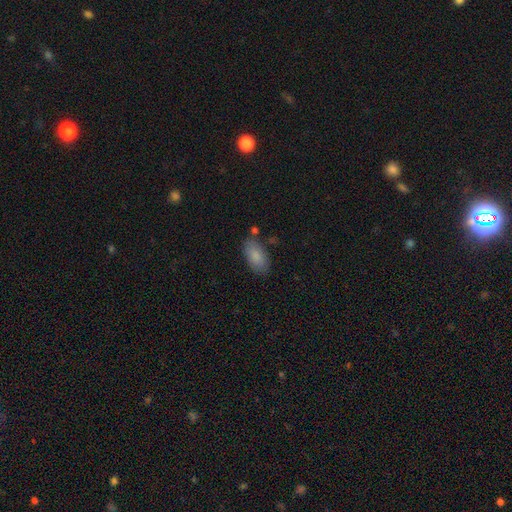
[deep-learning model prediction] This appears to be a smooth galaxy with no disk features (86%) that is in between round and cigar-shaped (92%). Merging: none (76%).